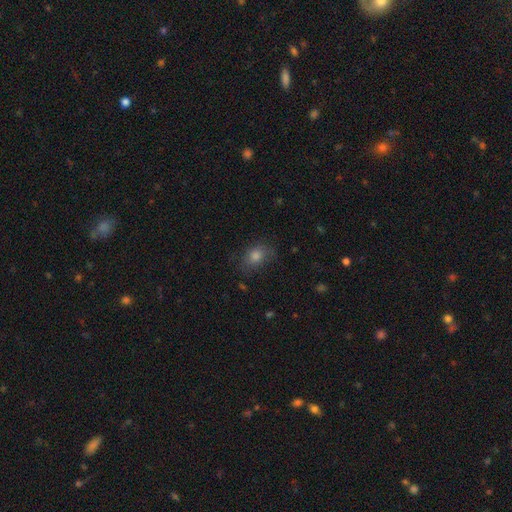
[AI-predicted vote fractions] Smooth or featured?
  - smooth: 75% *
  - star or artifact: 15%
  - featured or disk: 10%
How rounded?
  - in between: 57% *
  - round: 42%
  - cigar-shaped: 1%
Merging?
  - none: 75% *
  - minor disturbance: 18%
  - major disturbance: 6%
  - merger: 1%